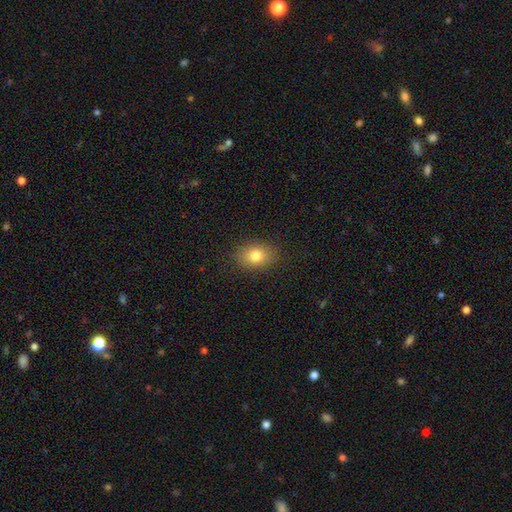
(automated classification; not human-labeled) Q: Smooth or featured?
A: smooth (81%); runner-up: star or artifact (10%)
Q: How rounded?
A: in between (72%); runner-up: round (27%)
Q: Merging?
A: none (87%); runner-up: minor disturbance (9%)